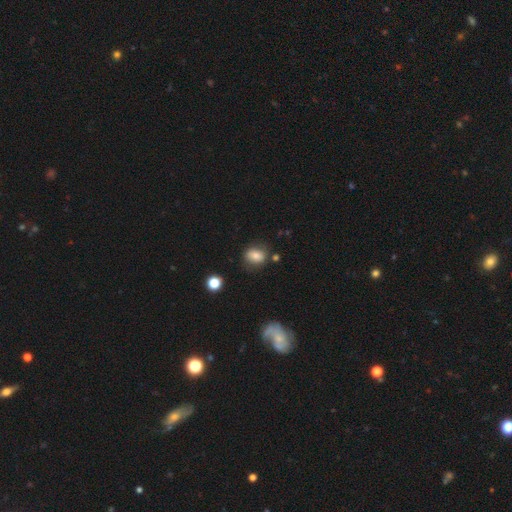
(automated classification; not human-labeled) This is likely a smooth galaxy (78%). How rounded: possibly in between (57%). Merging: likely none (74%).